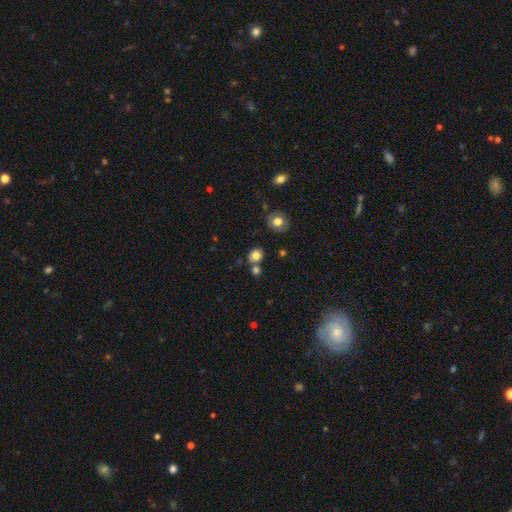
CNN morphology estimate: Smooth or featured? smooth (80%)
How rounded? round (69%)
Merging? none (65%)